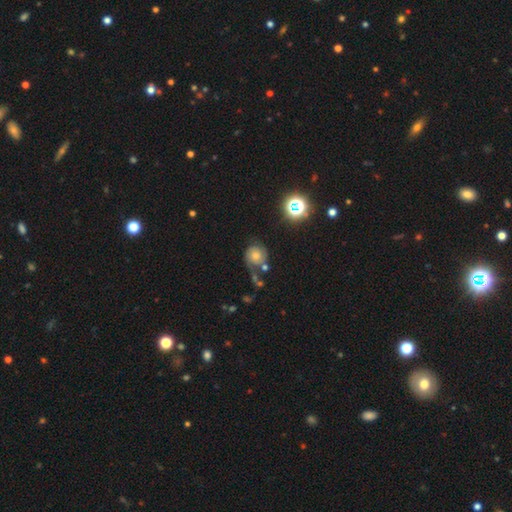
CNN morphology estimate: smooth_or_featured: featured or disk (p=0.46) [alt: smooth p=0.38]
merging: none (p=0.51) [alt: minor disturbance p=0.22]